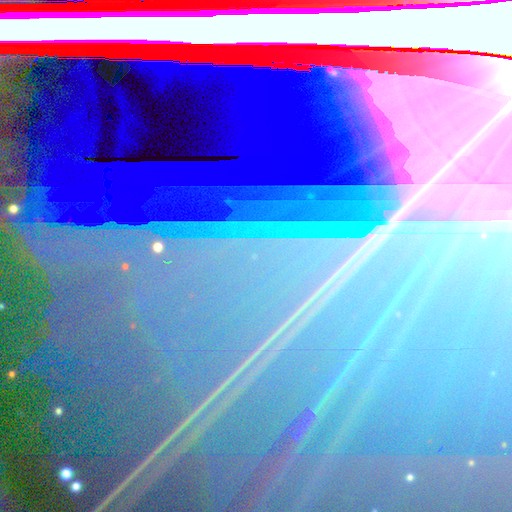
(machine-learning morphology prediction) Smooth or featured?
  - star or artifact: 88% *
  - featured or disk: 7%
  - smooth: 5%